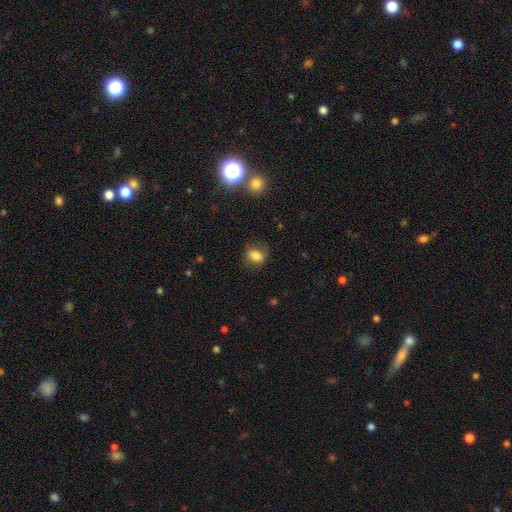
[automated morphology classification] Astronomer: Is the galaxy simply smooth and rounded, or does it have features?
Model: smooth — 80%.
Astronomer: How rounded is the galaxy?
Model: in between — 63%.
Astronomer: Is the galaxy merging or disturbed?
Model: none — 73%.